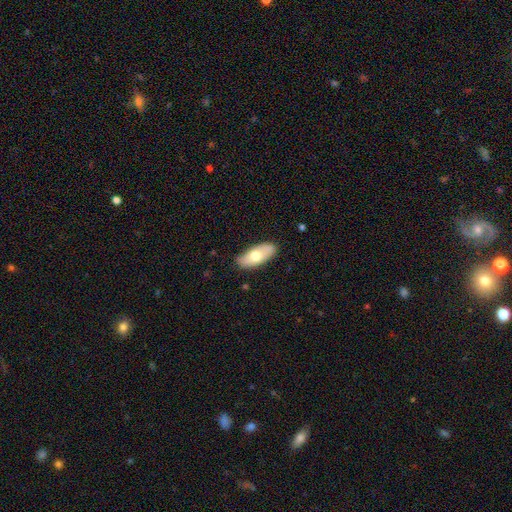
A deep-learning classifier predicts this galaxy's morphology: Overall: smooth (67%; featured or disk 27%). How rounded: in between (86%). Merging: none (85%).